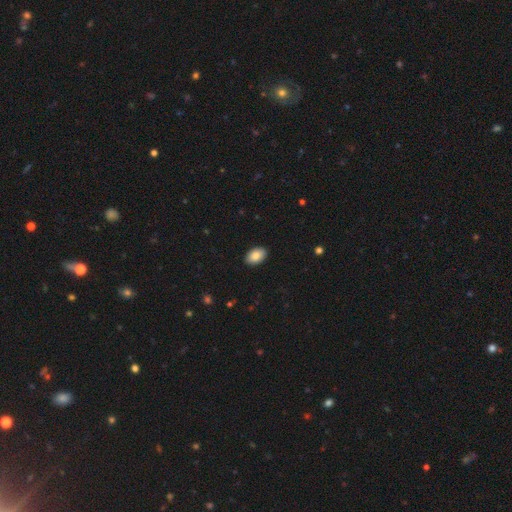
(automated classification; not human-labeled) Smooth or featured?
  - smooth: 87% *
  - star or artifact: 7%
  - featured or disk: 7%
How rounded?
  - in between: 91% *
  - round: 8%
  - cigar-shaped: 1%
Merging?
  - none: 90% *
  - minor disturbance: 7%
  - major disturbance: 2%
  - merger: 1%